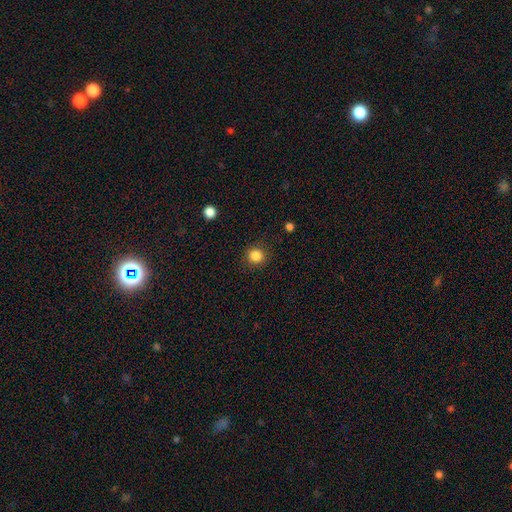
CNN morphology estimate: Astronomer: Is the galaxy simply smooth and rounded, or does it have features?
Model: smooth — 85%.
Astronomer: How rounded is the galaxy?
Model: round — 88%.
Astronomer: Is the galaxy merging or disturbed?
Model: none — 89%.